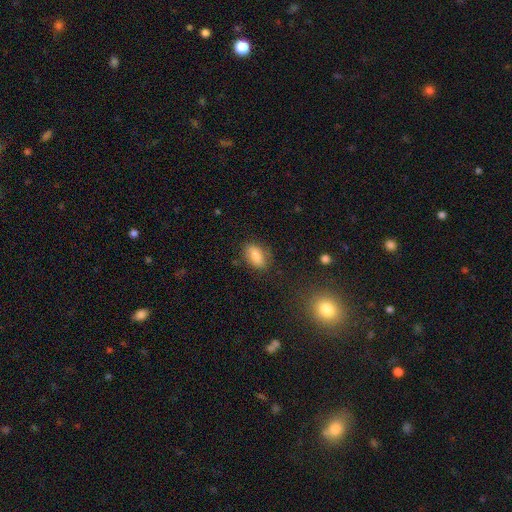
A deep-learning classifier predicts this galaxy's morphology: smooth-or-featured: smooth: 84% | star or artifact: 8% | featured or disk: 8%
  how-rounded: in between: 88% | round: 7% | cigar-shaped: 5%
  merging: none: 78% | minor disturbance: 16% | major disturbance: 5% | merger: 2%